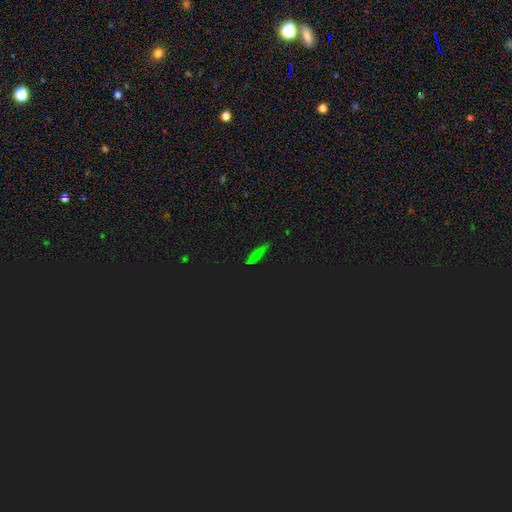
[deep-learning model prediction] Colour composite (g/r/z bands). It shows a smooth galaxy with no disk features (53%) that is cigar-shaped (59%). Merging: none (71%).